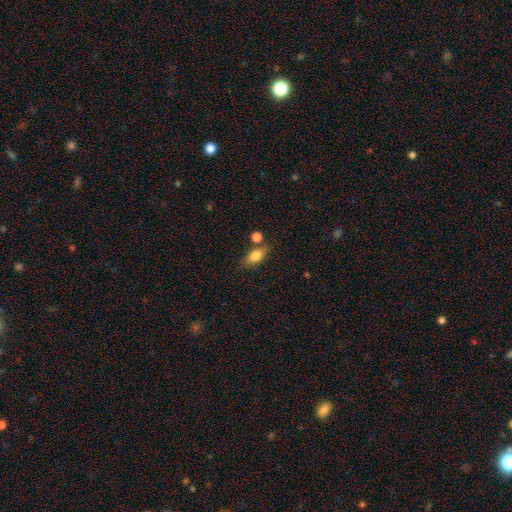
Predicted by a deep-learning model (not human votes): Smooth or featured? smooth (80%)
How rounded? in between (81%)
Merging? none (70%)